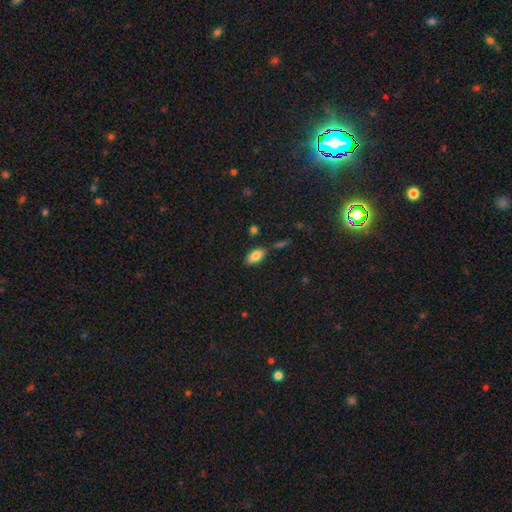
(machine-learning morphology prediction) smooth-or-featured: smooth: 83% | featured or disk: 9% | star or artifact: 8%
  how-rounded: in between: 92% | cigar-shaped: 5% | round: 3%
  merging: none: 72% | minor disturbance: 16% | merger: 8% | major disturbance: 4%